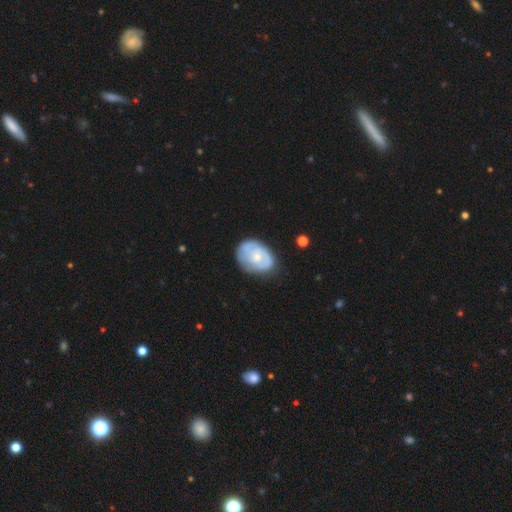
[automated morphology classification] smooth-or-featured: featured or disk: 60% | smooth: 35% | star or artifact: 5%
  disk-edge-on: no: 97% | yes: 3%
    bar: no: 79% | weak: 18% | strong: 3%
    has-spiral-arms: yes: 68% | no: 32%
    bulge-size: small: 55% | moderate: 40% | none: 2% | large: 2% | dominant: 1%
  merging: none: 69% | minor disturbance: 23% | major disturbance: 7% | merger: 2%